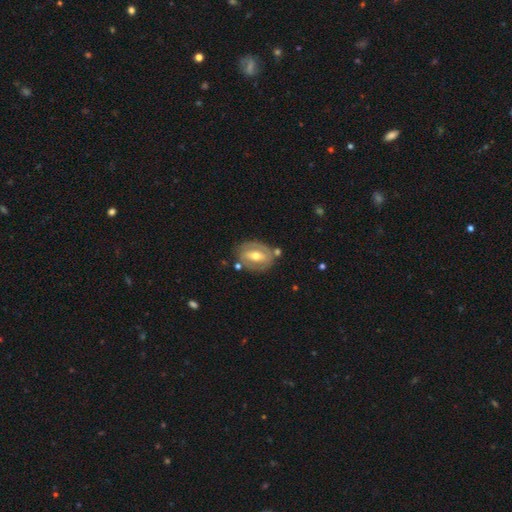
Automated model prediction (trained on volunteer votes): A featured or disk galaxy (68%) with a strong bar (40%), spiral arms (50%, tied with no) and a moderate central bulge (70%). Merging: none (72%).